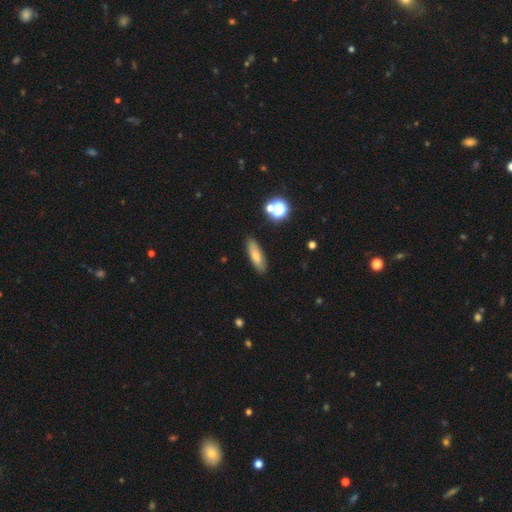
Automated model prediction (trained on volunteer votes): A smooth galaxy with no disk features (70%) that is cigar-shaped (51%). Merging: none (86%).